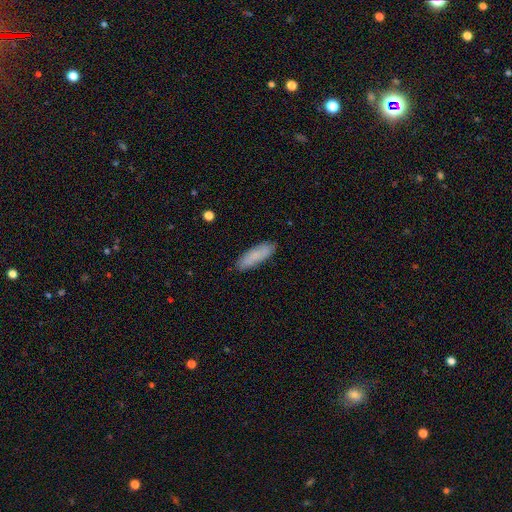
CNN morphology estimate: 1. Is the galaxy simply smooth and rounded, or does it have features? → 79% smooth, 15% featured or disk, 6% star or artifact.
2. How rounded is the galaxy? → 52% in between, 46% cigar-shaped, 2% round.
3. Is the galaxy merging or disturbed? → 85% none, 12% minor disturbance, 2% major disturbance, 1% merger.